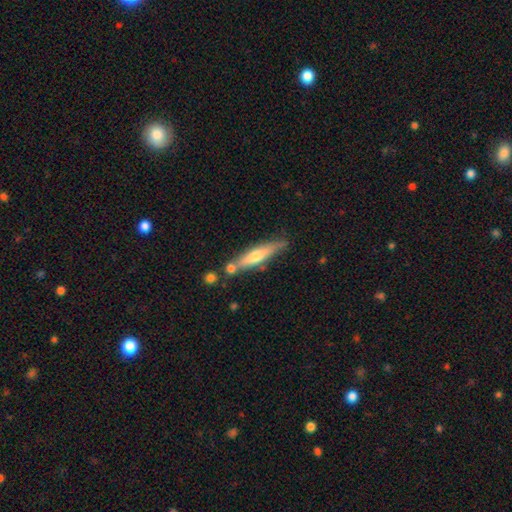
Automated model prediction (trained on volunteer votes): Smooth or featured? featured or disk (49%)
Merging? none (71%)